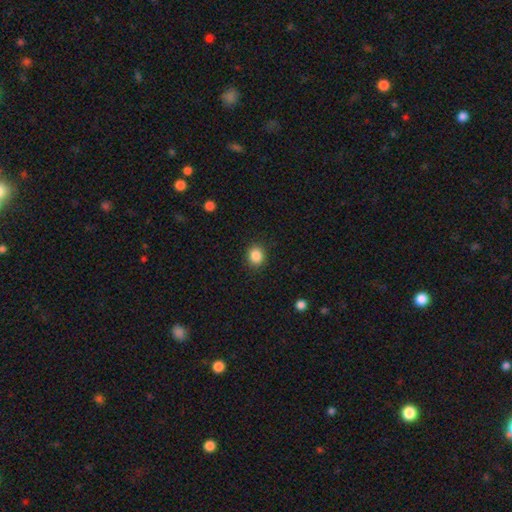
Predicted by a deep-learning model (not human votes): The model was most divided on "how rounded": round: 75%, in between: 24%, cigar-shaped: 1%. More confident: merging — none (90%); smooth or featured — smooth (86%).